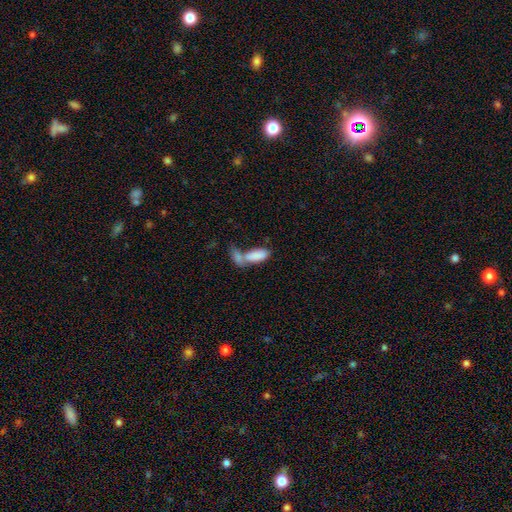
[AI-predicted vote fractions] Smooth or featured: smooth — 84% (featured or disk — 9%)
How rounded: in between — 84% (cigar-shaped — 13%)
Merging: merger — 62% (none — 22%)